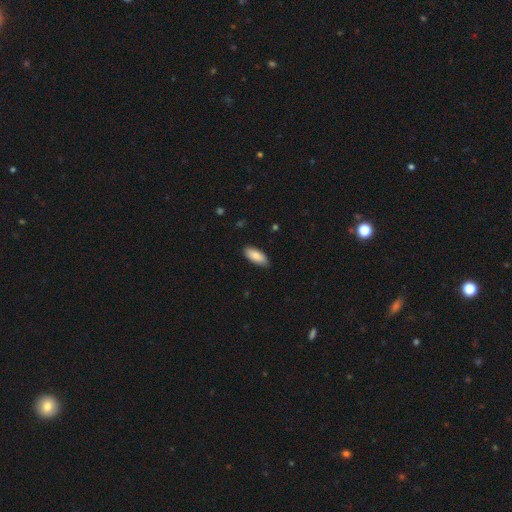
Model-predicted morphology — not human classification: smooth-or-featured: smooth: 86% | featured or disk: 8% | star or artifact: 6%
  how-rounded: in between: 85% | cigar-shaped: 14% | round: 2%
  merging: none: 86% | minor disturbance: 11% | major disturbance: 2% | merger: 1%